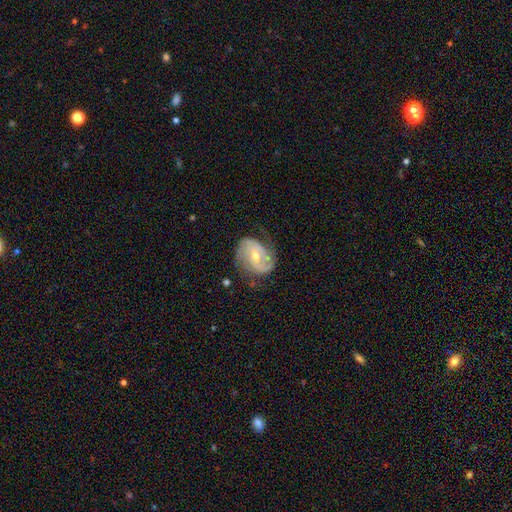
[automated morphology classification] Smooth or featured? Predicted: featured or disk (p=0.84). Edge-on disk? Predicted: no (p=0.97). Bar? Predicted: no (p=0.50). Spiral arms? Predicted: yes (p=0.95). Spiral winding? Predicted: medium (p=0.42). Spiral arm count? Predicted: 2 (p=0.61). Bulge size? Predicted: small (p=0.49, tied with moderate). Merging? Predicted: none (p=0.68).